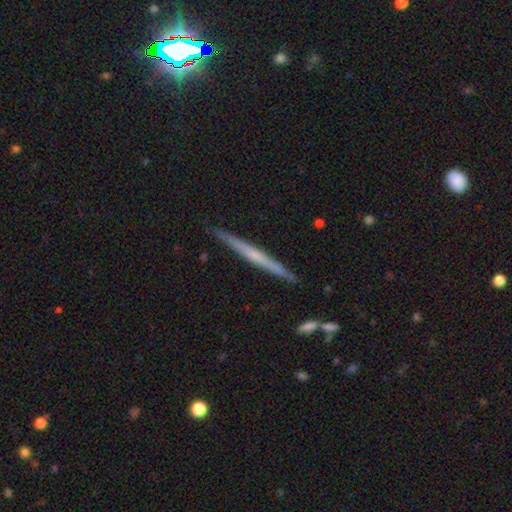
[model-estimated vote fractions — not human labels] Smooth or featured? featured or disk (58%)
Edge-on disk? yes (98%)
Edge-on bulge? none (69%)
Merging? none (91%)